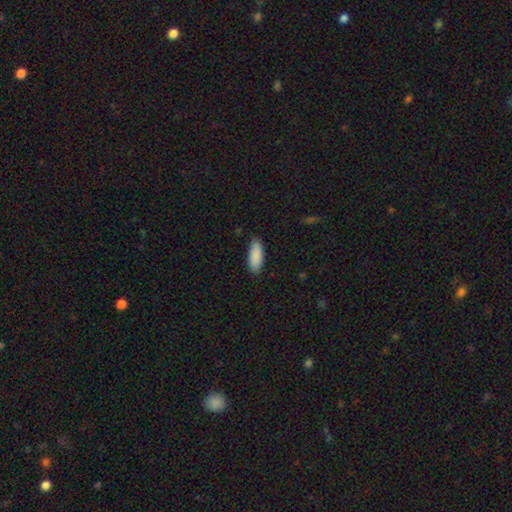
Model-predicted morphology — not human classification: This appears to be a smooth galaxy with no disk features (90%) that is in between round and cigar-shaped (73%). Merging: none (86%).